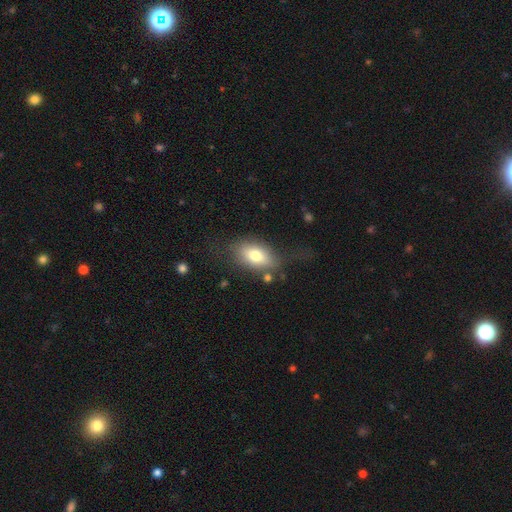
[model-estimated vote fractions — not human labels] A smooth galaxy with no disk features (72%) that is in between round and cigar-shaped (87%).

Vote fractions:
- Smooth or featured? smooth: 72% / featured or disk: 20% / star or artifact: 8%
- How rounded? in between: 87% / round: 8% / cigar-shaped: 5%
- Merging? none: 59% / minor disturbance: 22% / major disturbance: 15% / merger: 4%